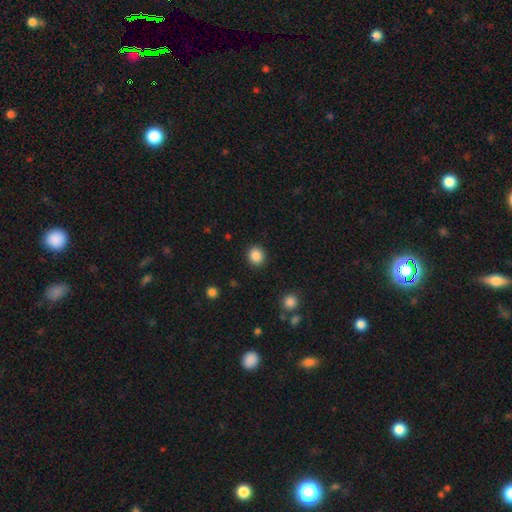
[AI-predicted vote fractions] Smooth or featured? Predicted: smooth (p=0.87). How rounded? Predicted: round (p=0.81). Merging? Predicted: none (p=0.90).